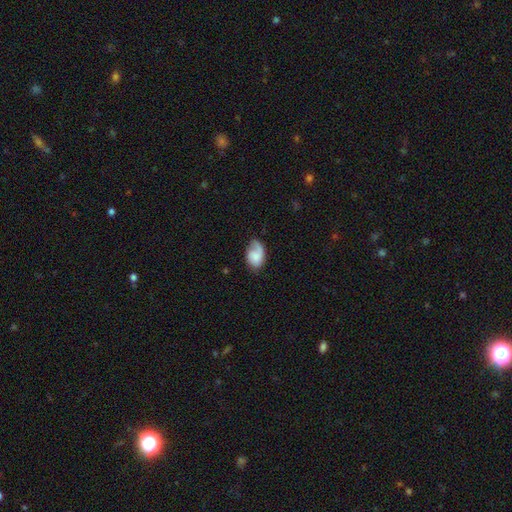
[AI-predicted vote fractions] smooth 54%, featured or disk 38%, star or artifact 7%. Down the decision tree: how rounded — in between (86%); merging — none (51%).